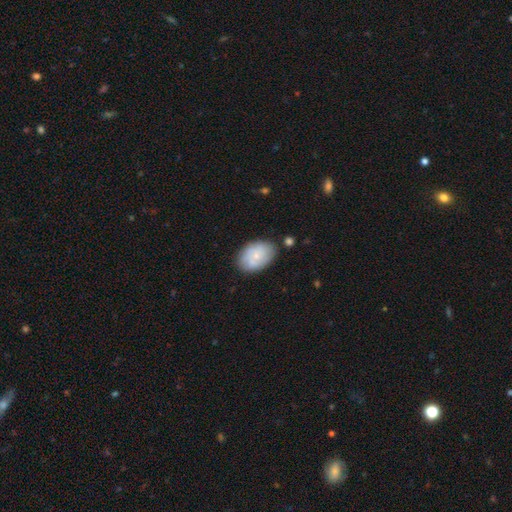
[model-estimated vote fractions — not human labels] This appears to be a smooth galaxy with no disk features (60%) that is in between round and cigar-shaped (86%). Merging: none (73%).